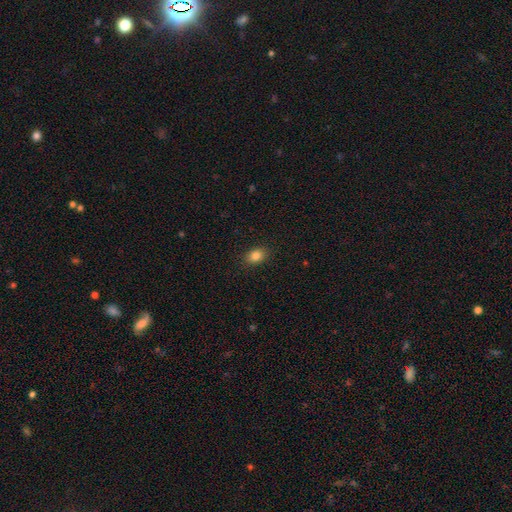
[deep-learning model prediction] This is clearly a smooth galaxy (84%). How rounded: likely in between (70%). Merging: clearly none (89%).